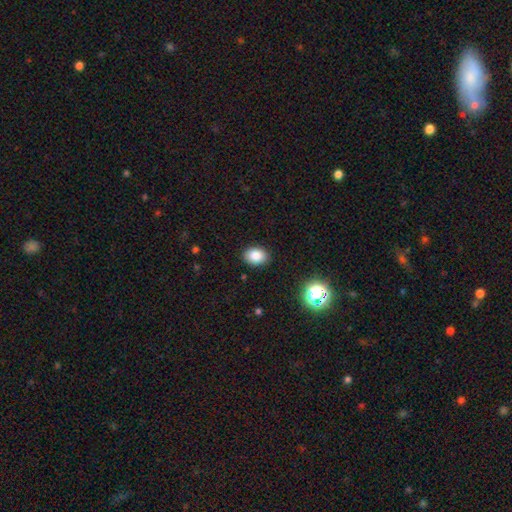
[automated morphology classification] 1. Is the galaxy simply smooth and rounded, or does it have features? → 85% smooth, 10% star or artifact, 5% featured or disk.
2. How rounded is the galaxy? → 66% in between, 33% round, 1% cigar-shaped.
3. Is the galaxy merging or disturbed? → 89% none, 8% minor disturbance, 2% major disturbance, 1% merger.